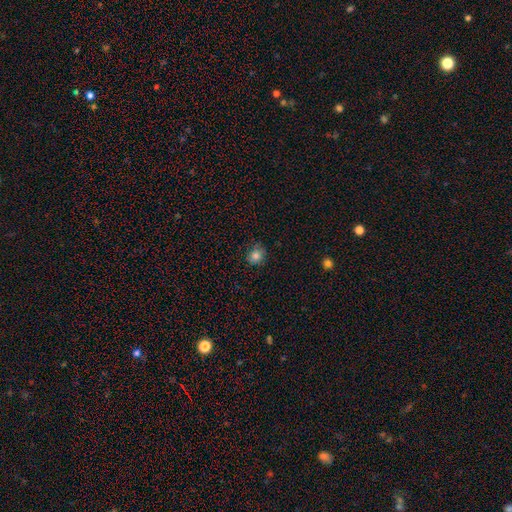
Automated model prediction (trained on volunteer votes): smooth_or_featured: smooth (p=0.81) [alt: star or artifact p=0.12]
how_rounded: round (p=0.78) [alt: in between p=0.21]
merging: none (p=0.79) [alt: minor disturbance p=0.17]